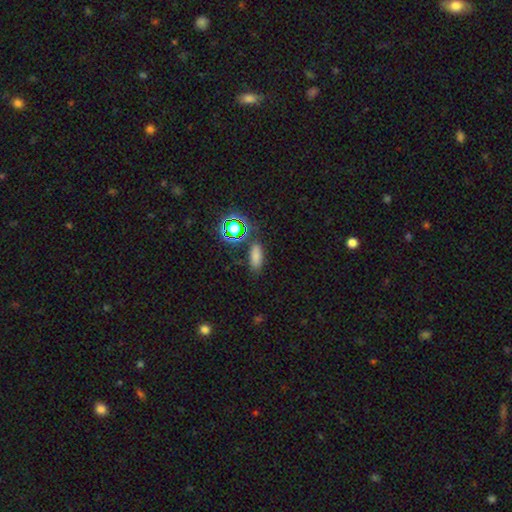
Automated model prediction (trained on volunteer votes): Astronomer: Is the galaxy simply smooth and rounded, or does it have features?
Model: smooth — 70%.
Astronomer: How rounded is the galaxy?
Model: in between — 76%.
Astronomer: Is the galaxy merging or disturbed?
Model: none — 78%.